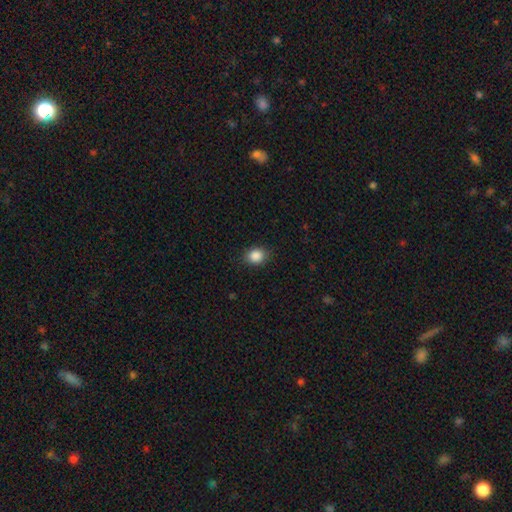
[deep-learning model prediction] Smooth or featured? smooth (87%)
How rounded? round (56%)
Merging? none (87%)